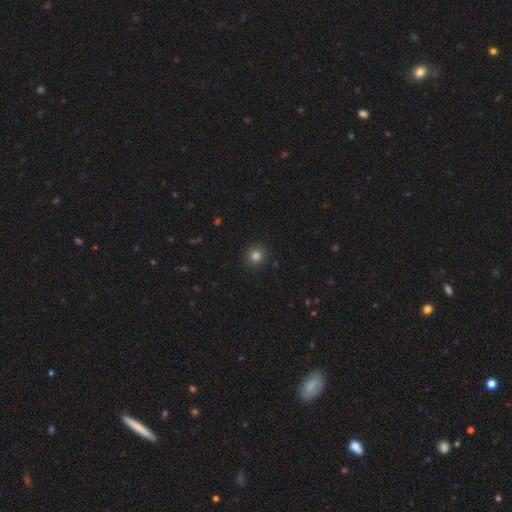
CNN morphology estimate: Q: Smooth or featured?
A: smooth (82%); runner-up: star or artifact (13%)
Q: How rounded?
A: round (88%); runner-up: in between (11%)
Q: Merging?
A: none (91%); runner-up: minor disturbance (6%)